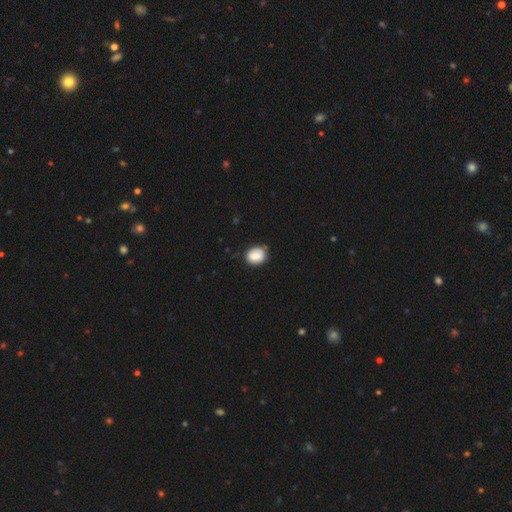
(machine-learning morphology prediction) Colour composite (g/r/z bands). It shows a smooth galaxy with no disk features (80%) that is round (57%). Merging: none (71%).